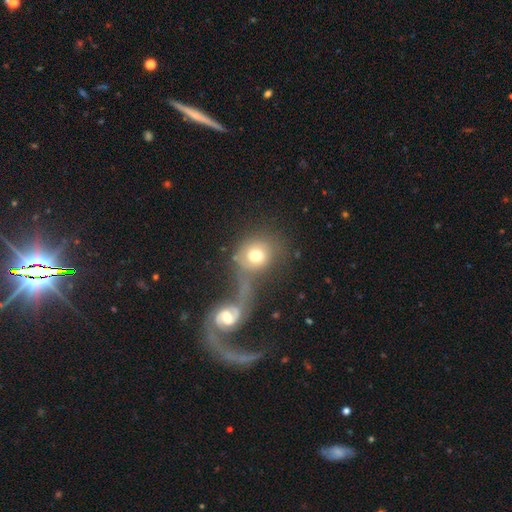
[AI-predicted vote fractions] Smooth or featured: smooth — 63% (featured or disk — 28%)
How rounded: round — 73% (in between — 26%)
Merging: merger — 49% (none — 30%)